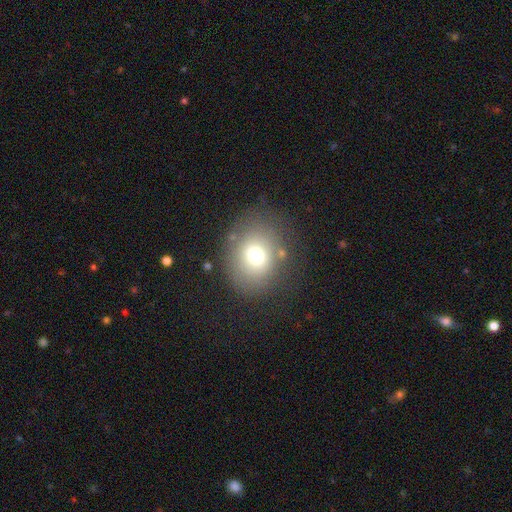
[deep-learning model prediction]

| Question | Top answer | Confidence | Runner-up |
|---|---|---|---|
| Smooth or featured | smooth | 69% | featured or disk (16%) |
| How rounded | round | 66% | in between (33%) |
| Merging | none | 74% | minor disturbance (14%) |